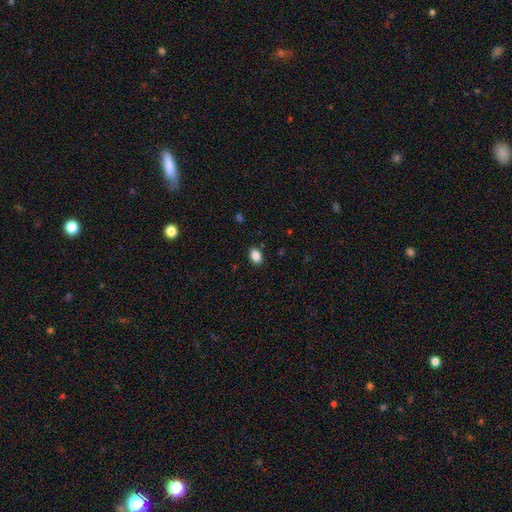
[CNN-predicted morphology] A smooth galaxy with no disk features (87%) that is in between round and cigar-shaped (79%).

Vote fractions:
- Smooth or featured? smooth: 87% / star or artifact: 9% / featured or disk: 4%
- How rounded? in between: 79% / round: 20% / cigar-shaped: 1%
- Merging? none: 88% / minor disturbance: 8% / major disturbance: 2% / merger: 1%